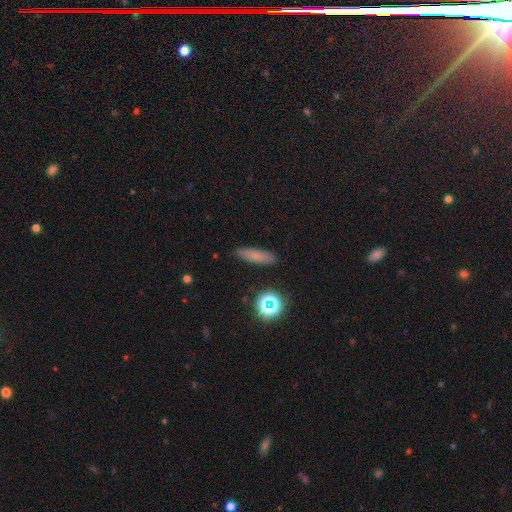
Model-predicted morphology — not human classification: smooth-or-featured: smooth: 75% | star or artifact: 14% | featured or disk: 11%
  how-rounded: cigar-shaped: 67% | in between: 29% | round: 4%
  merging: none: 87% | minor disturbance: 9% | major disturbance: 2% | merger: 2%